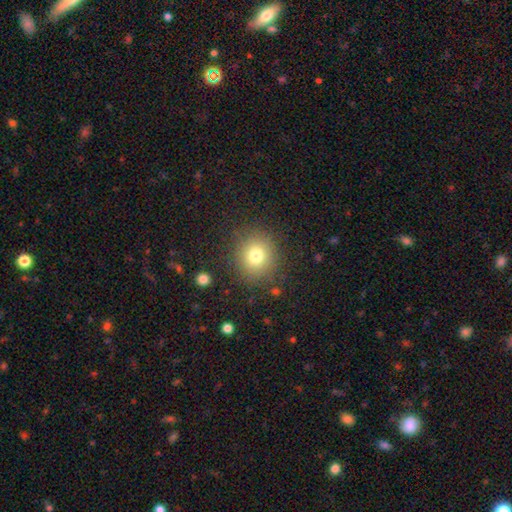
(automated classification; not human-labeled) This is likely a smooth galaxy (76%). How rounded: clearly round (85%). Merging: clearly none (86%).